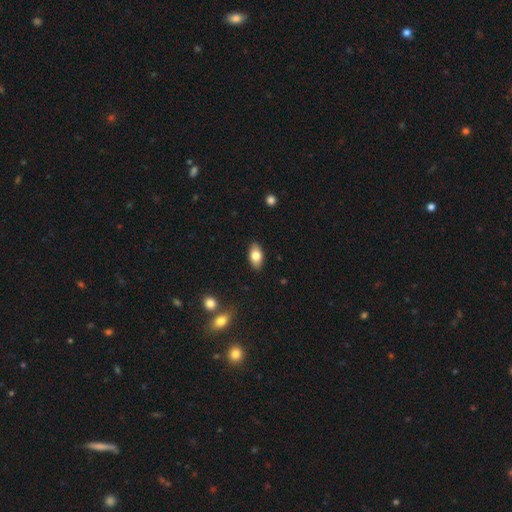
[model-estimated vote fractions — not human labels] This appears to be a smooth galaxy with no disk features (78%) that is in between round and cigar-shaped (91%). Merging: none (88%).